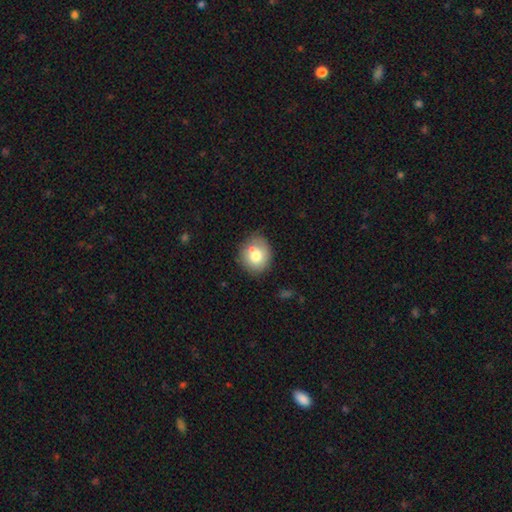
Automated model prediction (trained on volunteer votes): Q: Smooth or featured?
A: smooth (74%); runner-up: featured or disk (18%)
Q: How rounded?
A: round (69%); runner-up: in between (30%)
Q: Merging?
A: none (62%); runner-up: minor disturbance (20%)